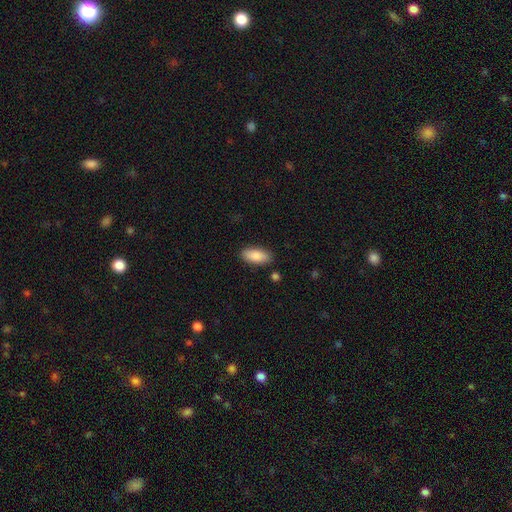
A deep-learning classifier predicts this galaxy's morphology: A smooth galaxy with no disk features (86%) that is in between round and cigar-shaped (87%). Merging: none (86%).